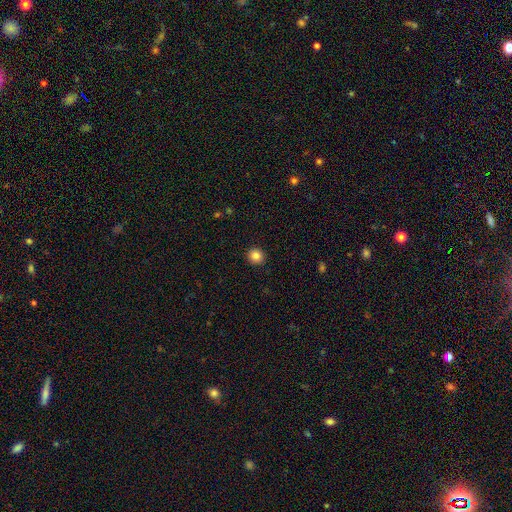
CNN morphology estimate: Smooth or featured?
  - smooth: 84% *
  - star or artifact: 11%
  - featured or disk: 6%
How rounded?
  - round: 92% *
  - in between: 7%
  - cigar-shaped: 1%
Merging?
  - none: 93% *
  - minor disturbance: 5%
  - major disturbance: 2%
  - merger: 1%